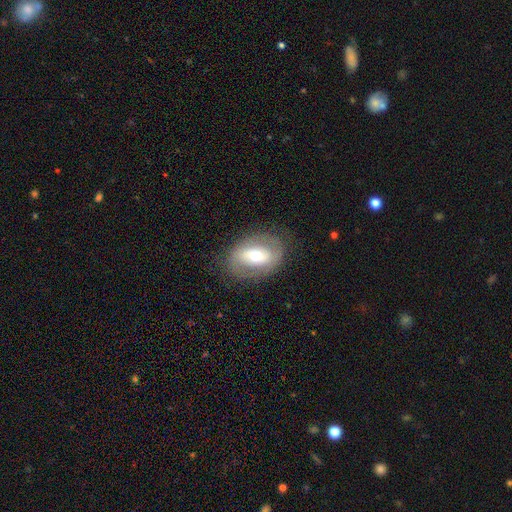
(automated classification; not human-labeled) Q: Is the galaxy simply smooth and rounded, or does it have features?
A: featured or disk — 50%.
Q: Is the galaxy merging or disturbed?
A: none — 77%.